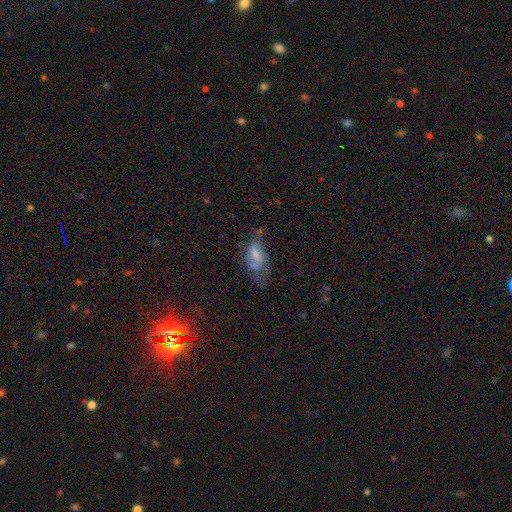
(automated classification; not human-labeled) Morphology: type=smooth (54%); roundness=in between (86%); merging=none (36%).